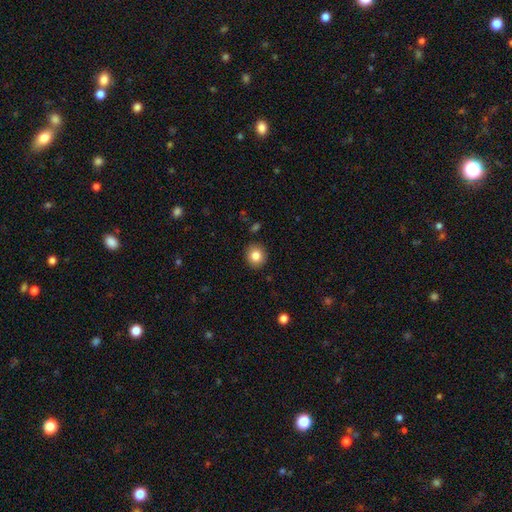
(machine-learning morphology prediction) Smooth or featured: smooth — 84% (star or artifact — 10%)
How rounded: round — 86% (in between — 13%)
Merging: none — 90% (minor disturbance — 7%)